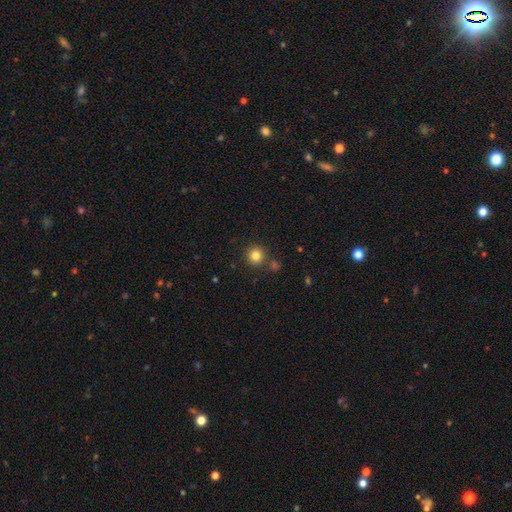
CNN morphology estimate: Smooth or featured: smooth — 83% (star or artifact — 12%)
How rounded: round — 93% (in between — 6%)
Merging: none — 82% (merger — 8%)